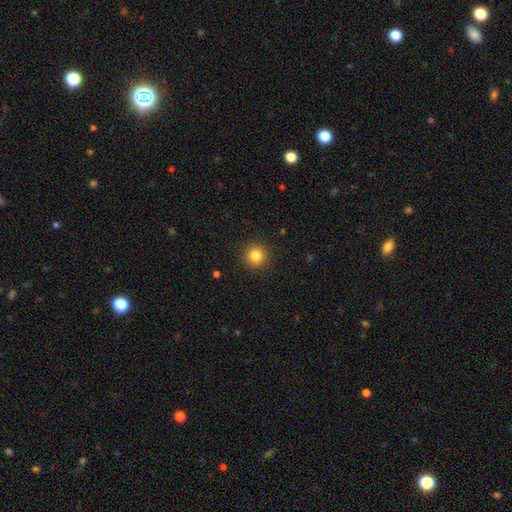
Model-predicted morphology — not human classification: This appears to be a smooth galaxy with no disk features (83%) that is round (94%). Merging: none (92%).